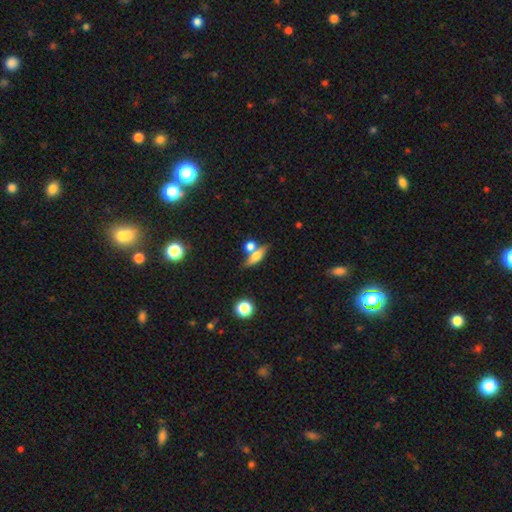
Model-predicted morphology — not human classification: smooth_or_featured: smooth (p=0.57) [alt: featured or disk p=0.34]
how_rounded: cigar-shaped (p=0.47) [alt: in between p=0.43]
merging: none (p=0.58) [alt: merger p=0.26]